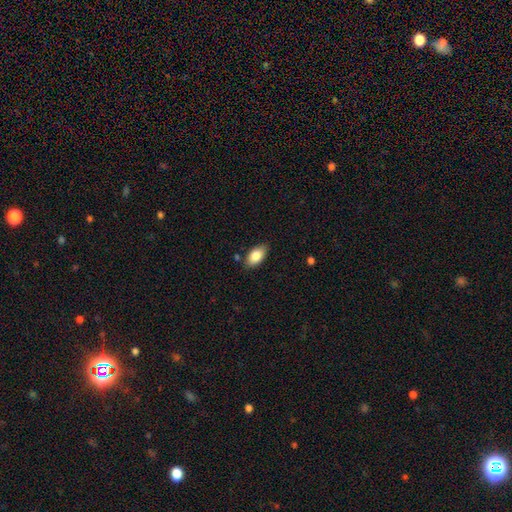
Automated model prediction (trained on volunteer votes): The model was most divided on "merging": none: 83%, minor disturbance: 13%, major disturbance: 2%, merger: 2%. More confident: how rounded — in between (93%); smooth or featured — smooth (84%).